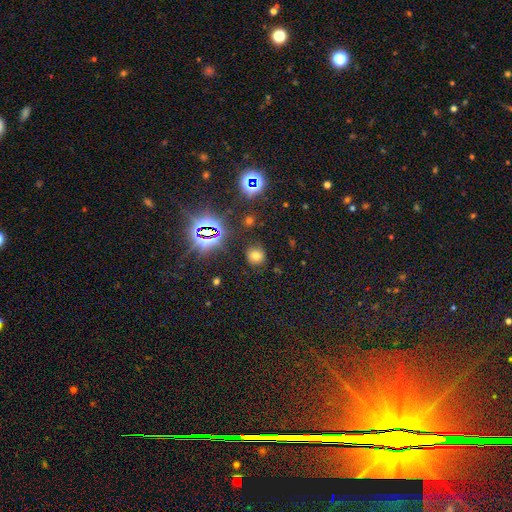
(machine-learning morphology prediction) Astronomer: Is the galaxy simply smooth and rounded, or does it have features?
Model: smooth — 63%.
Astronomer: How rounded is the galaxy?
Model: round — 87%.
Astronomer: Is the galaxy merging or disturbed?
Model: none — 86%.